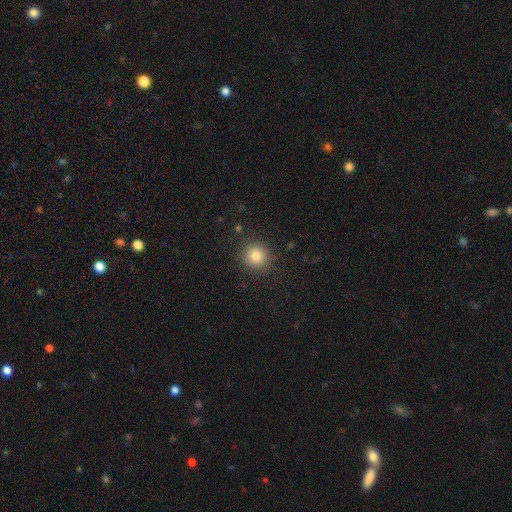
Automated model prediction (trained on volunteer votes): The model was most divided on "smooth or featured": smooth: 84%, star or artifact: 11%, featured or disk: 5%. More confident: how rounded — round (92%); merging — none (89%).